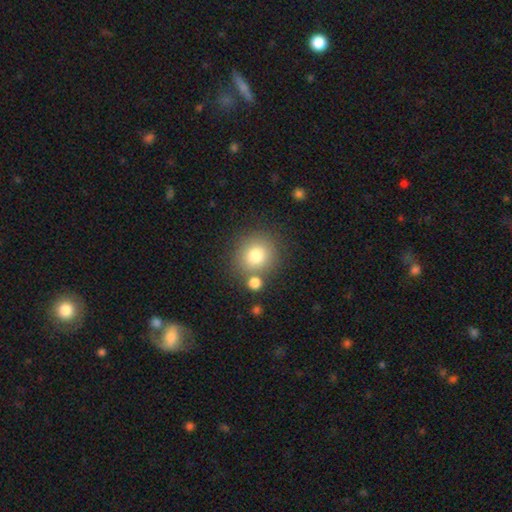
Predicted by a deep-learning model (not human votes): A smooth galaxy with no disk features (78%) that is round (87%). Merging: none (72%).